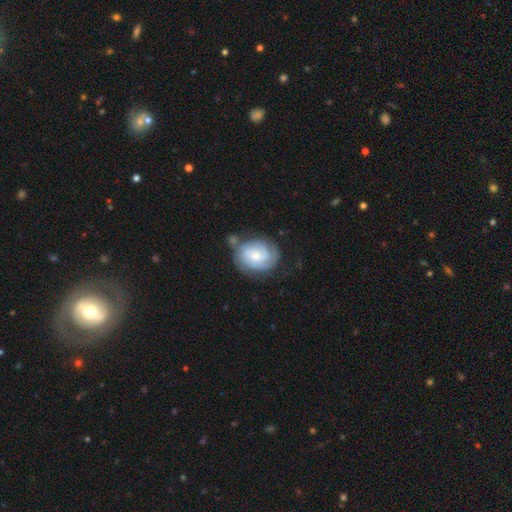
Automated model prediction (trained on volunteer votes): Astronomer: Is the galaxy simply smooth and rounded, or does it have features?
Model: featured or disk — 74%.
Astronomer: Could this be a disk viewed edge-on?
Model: no — 98%.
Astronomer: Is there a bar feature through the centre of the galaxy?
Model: no — 63%.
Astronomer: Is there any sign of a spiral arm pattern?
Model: yes — 93%.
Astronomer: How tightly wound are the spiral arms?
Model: tight — 64%.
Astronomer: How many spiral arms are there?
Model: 2 — 38% (runner-up: can't tell, 28%).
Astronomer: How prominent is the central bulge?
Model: small — 49% (runner-up: moderate, 42%).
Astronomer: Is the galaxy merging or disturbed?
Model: none — 63%.